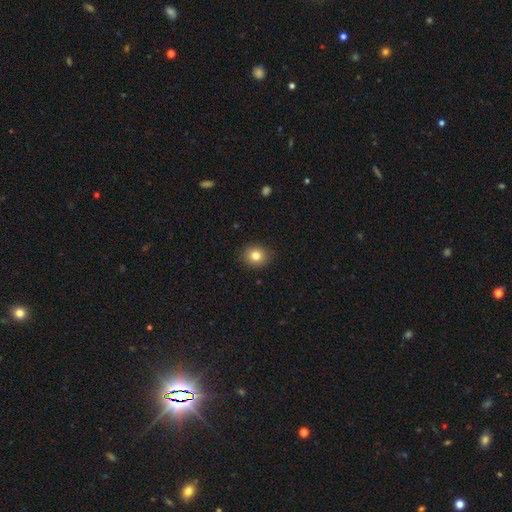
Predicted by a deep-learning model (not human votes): A smooth galaxy with no disk features (81%) that is round (79%). Merging: none (90%).